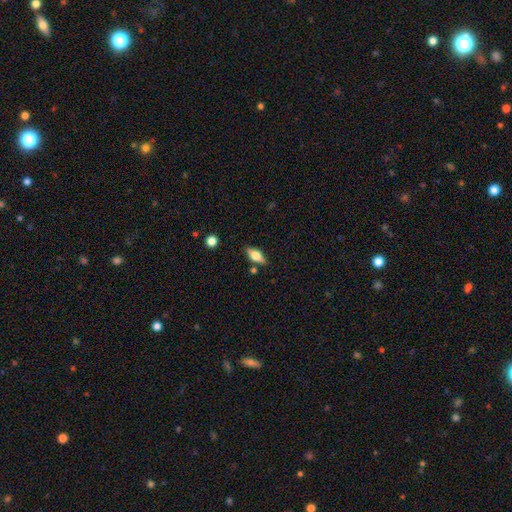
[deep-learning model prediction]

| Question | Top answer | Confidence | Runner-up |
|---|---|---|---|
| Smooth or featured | smooth | 49% | featured or disk (43%) |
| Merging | none | 81% | minor disturbance (12%) |